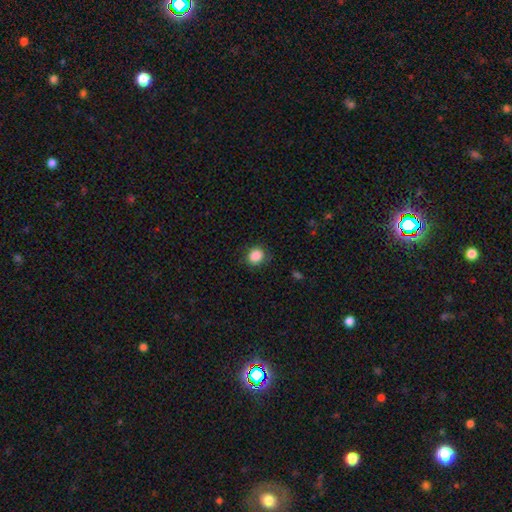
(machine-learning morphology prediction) Smooth or featured? smooth (87%)
How rounded? round (76%)
Merging? none (84%)